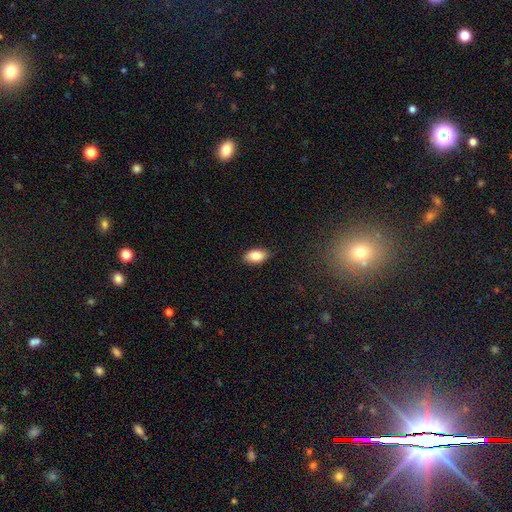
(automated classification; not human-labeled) Smooth or featured? smooth (85%)
How rounded? in between (93%)
Merging? none (87%)